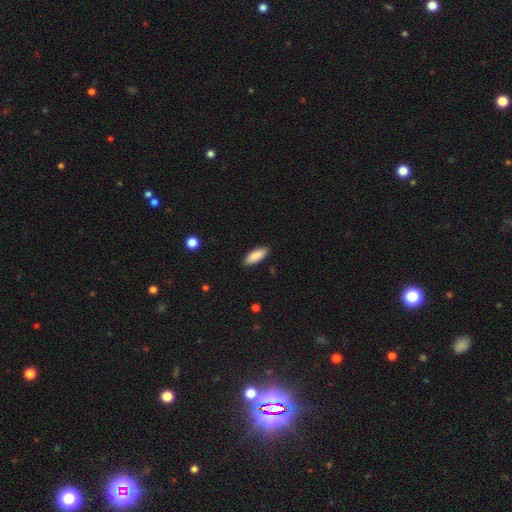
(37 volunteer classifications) Morphology: type=smooth (100%); roundness=in between (78%); merging=none (89%).